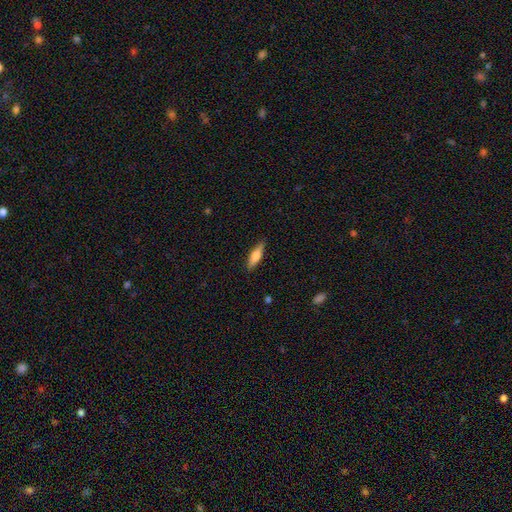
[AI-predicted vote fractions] The model was most divided on "how rounded": cigar-shaped: 62%, in between: 36%, round: 2%. More confident: merging — none (85%); smooth or featured — smooth (64%).